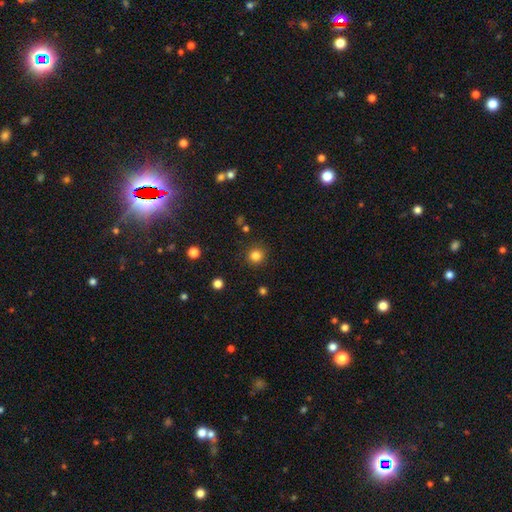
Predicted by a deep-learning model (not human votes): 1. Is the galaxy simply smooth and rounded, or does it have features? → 83% smooth, 13% star or artifact, 5% featured or disk.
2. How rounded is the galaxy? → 94% round, 5% in between, 1% cigar-shaped.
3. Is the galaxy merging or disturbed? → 90% none, 6% minor disturbance, 2% major disturbance, 2% merger.